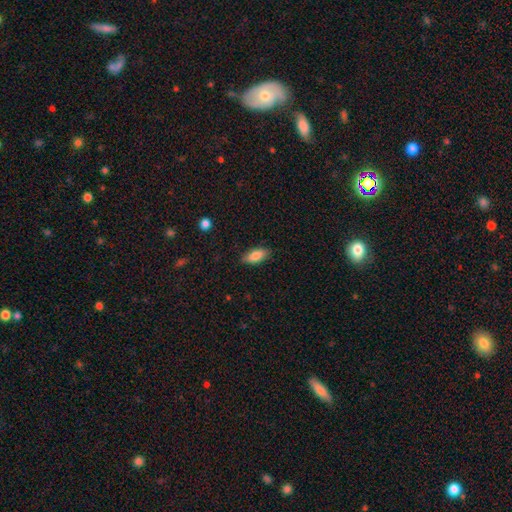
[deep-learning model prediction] A smooth galaxy with no disk features (84%) that is in between round and cigar-shaped (82%).

Vote fractions:
- Smooth or featured? smooth: 84% / featured or disk: 9% / star or artifact: 7%
- How rounded? in between: 82% / cigar-shaped: 16% / round: 2%
- Merging? none: 85% / minor disturbance: 11% / major disturbance: 2% / merger: 1%